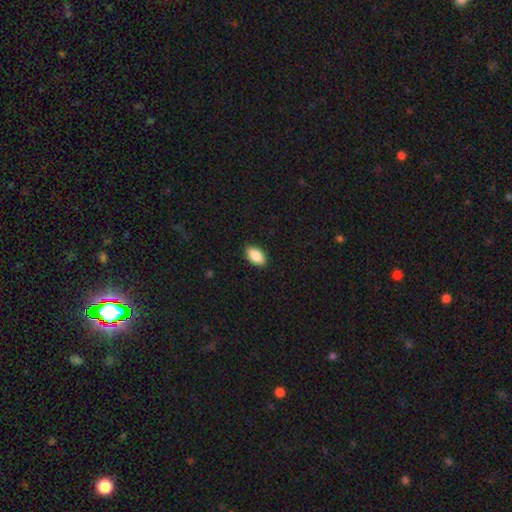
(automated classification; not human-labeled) Overall: smooth (87%). How rounded: in between (93%). Merging: none (89%).